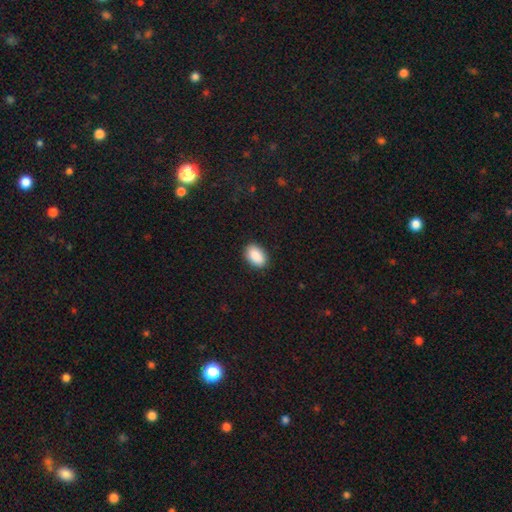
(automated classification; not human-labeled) Overall: smooth (89%). How rounded: in between (90%). Merging: none (88%).